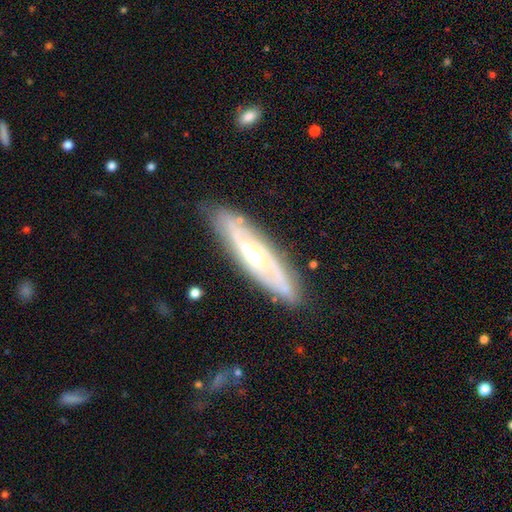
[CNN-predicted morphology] This is likely a featured or disk galaxy (77%). It is likely not viewed edge-on (65%). Bar: possibly no (50%). Spiral arm pattern: clearly yes (84%). Central bulge: likely moderate (65%). Merging: clearly none (83%).